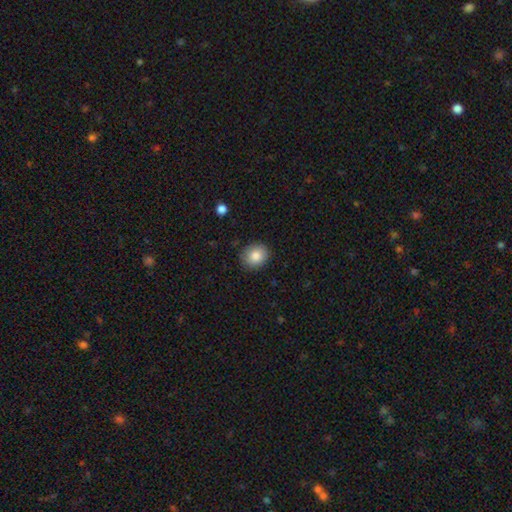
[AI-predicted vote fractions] A smooth galaxy with no disk features (85%) that is round (70%).

Vote fractions:
- Smooth or featured? smooth: 85% / star or artifact: 8% / featured or disk: 7%
- How rounded? round: 70% / in between: 30% / cigar-shaped: 1%
- Merging? none: 87% / minor disturbance: 10% / major disturbance: 2% / merger: 1%